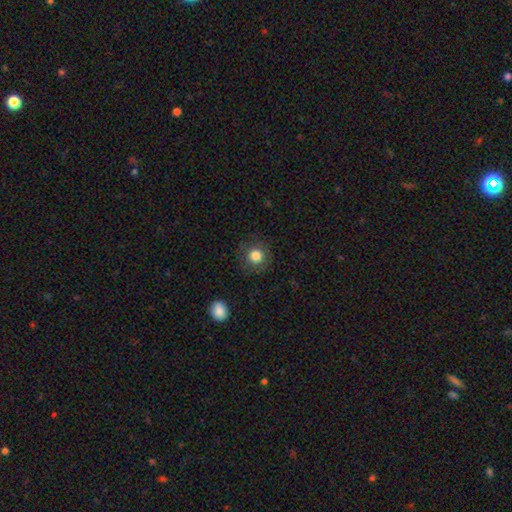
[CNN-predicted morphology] A smooth galaxy with no disk features (83%) that is round (93%). Merging: none (86%).